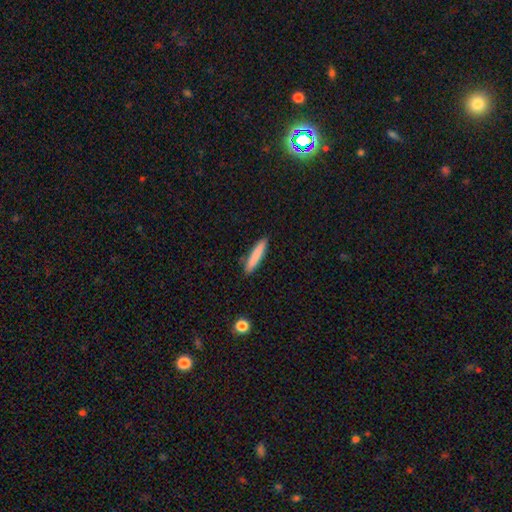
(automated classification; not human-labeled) Smooth or featured? Predicted: smooth (p=0.82). How rounded? Predicted: cigar-shaped (p=0.90). Merging? Predicted: none (p=0.87).